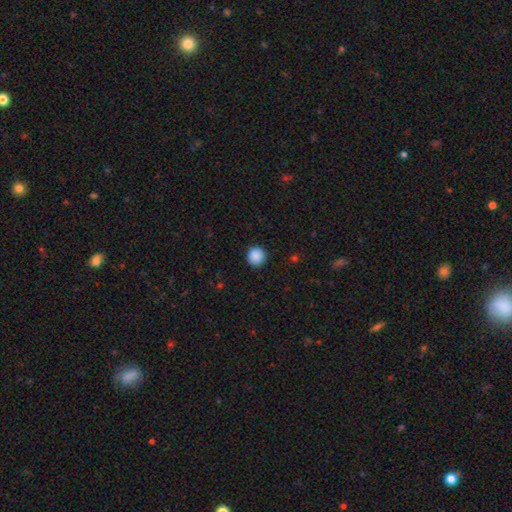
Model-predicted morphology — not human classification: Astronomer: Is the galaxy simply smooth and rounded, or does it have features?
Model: smooth — 89%.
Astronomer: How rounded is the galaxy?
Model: round — 95%.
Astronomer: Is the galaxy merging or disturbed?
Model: none — 92%.